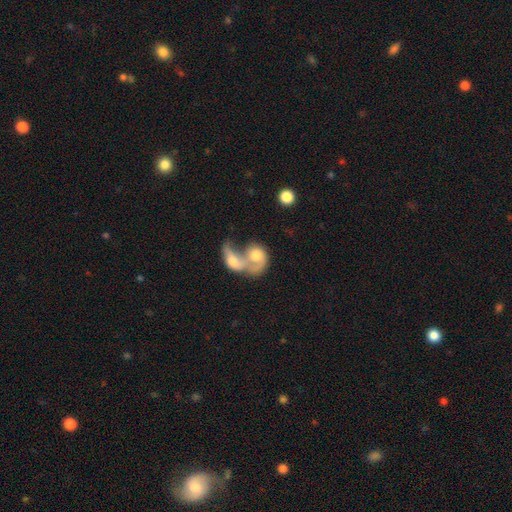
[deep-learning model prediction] This appears to be a featured or disk galaxy (49%). Merging: merger (83%).